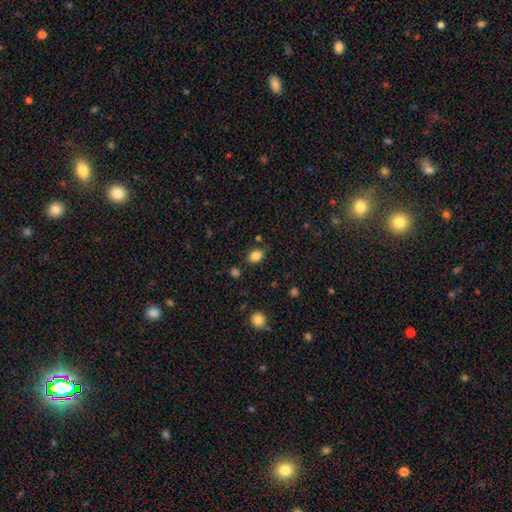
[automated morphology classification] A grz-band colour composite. It shows a smooth galaxy with no disk features (85%) that is in between round and cigar-shaped (68%). Merging: none (80%).